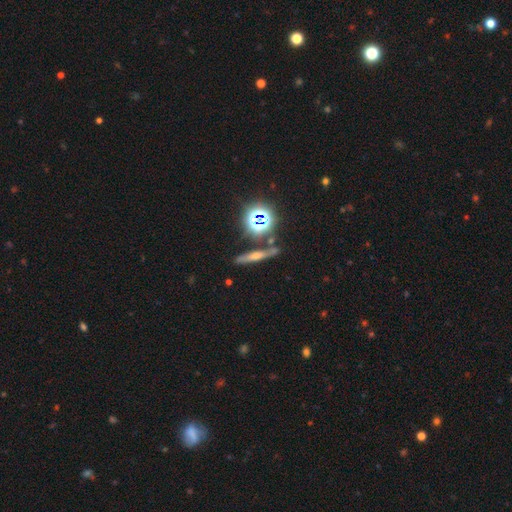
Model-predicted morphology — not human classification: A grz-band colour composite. It shows a featured or disk galaxy (44%). Merging: none (81%).